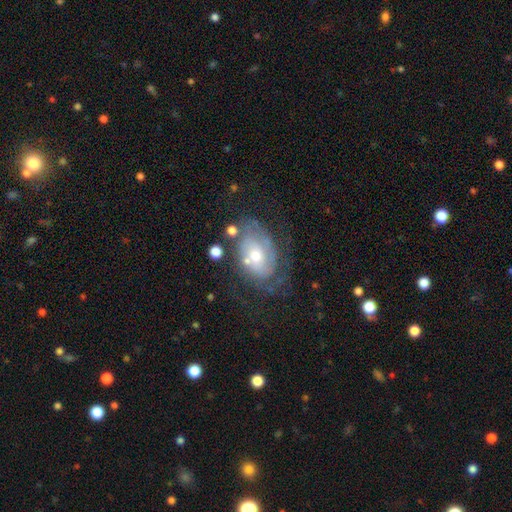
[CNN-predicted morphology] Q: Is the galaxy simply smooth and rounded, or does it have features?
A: featured or disk — 67%.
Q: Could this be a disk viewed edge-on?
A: no — 95%.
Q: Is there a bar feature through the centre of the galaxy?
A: no — 72%.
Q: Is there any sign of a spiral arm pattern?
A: yes — 74%.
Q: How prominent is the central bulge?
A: moderate — 61%.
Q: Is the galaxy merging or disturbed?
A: none — 52%.